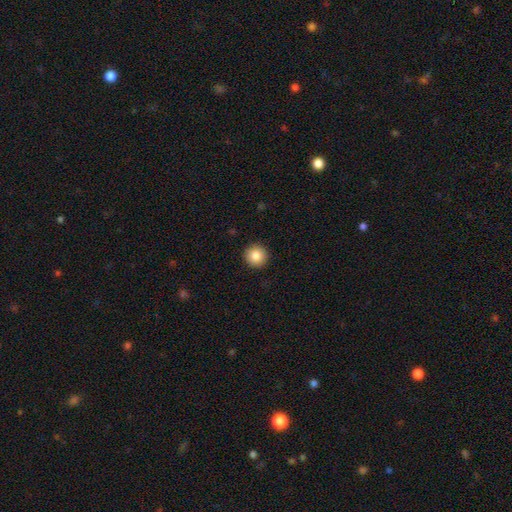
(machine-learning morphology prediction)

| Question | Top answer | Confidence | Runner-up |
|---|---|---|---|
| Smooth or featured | smooth | 85% | star or artifact (9%) |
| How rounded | round | 96% | in between (3%) |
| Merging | none | 93% | minor disturbance (5%) |